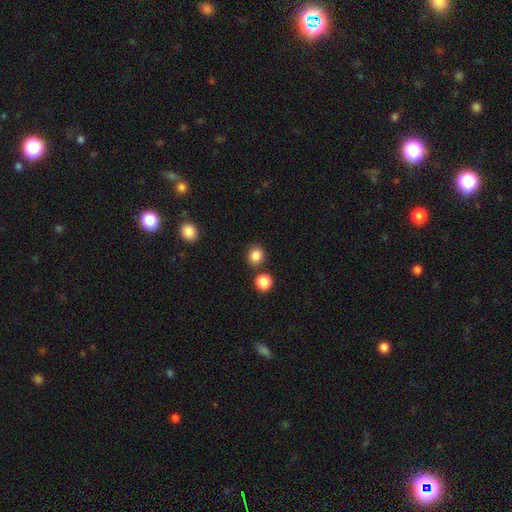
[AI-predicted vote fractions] Smooth or featured?
  - smooth: 85% *
  - star or artifact: 11%
  - featured or disk: 4%
How rounded?
  - round: 84% *
  - in between: 15%
  - cigar-shaped: 1%
Merging?
  - none: 81% *
  - merger: 8%
  - minor disturbance: 8%
  - major disturbance: 3%